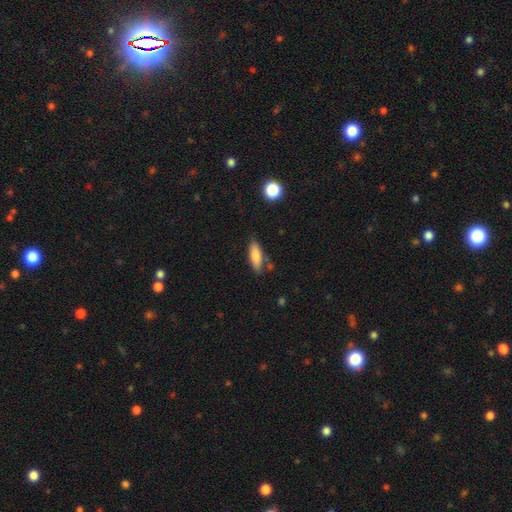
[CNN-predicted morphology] smooth 79%, featured or disk 14%, star or artifact 7%. Down the decision tree: how rounded — in between (58%); merging — none (76%).